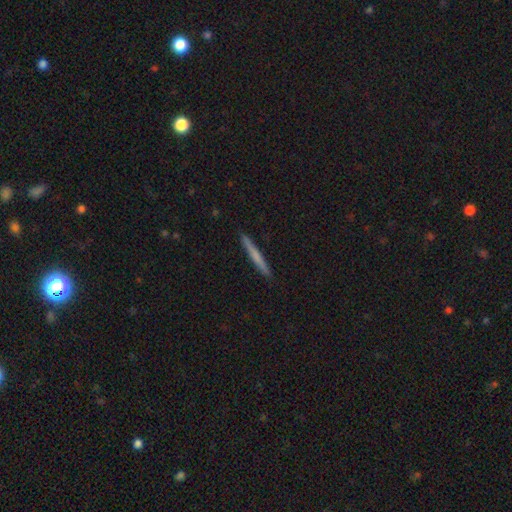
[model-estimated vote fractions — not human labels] This appears to be a smooth galaxy with no disk features (63%) that is cigar-shaped (97%). Merging: none (92%).